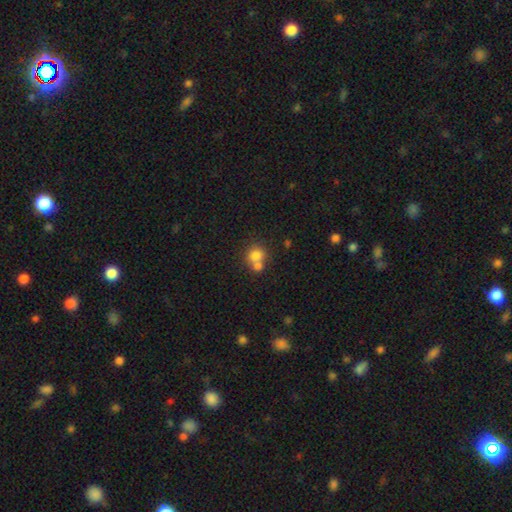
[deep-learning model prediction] This is likely a smooth galaxy (77%). How rounded: likely round (77%). Merging: possibly merger (48%).